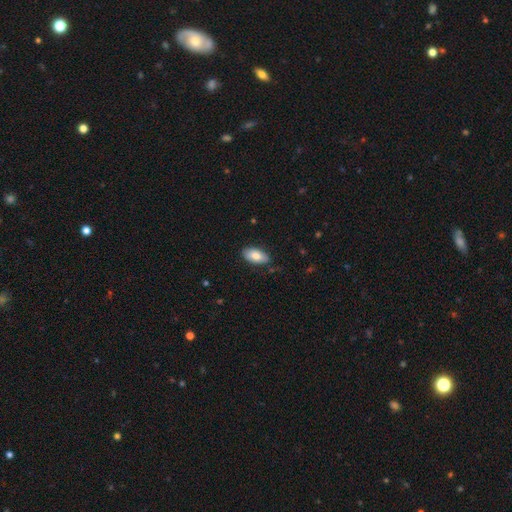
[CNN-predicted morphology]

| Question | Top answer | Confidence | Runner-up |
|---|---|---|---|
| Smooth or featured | smooth | 79% | featured or disk (15%) |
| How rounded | in between | 93% | cigar-shaped (4%) |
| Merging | none | 81% | minor disturbance (15%) |